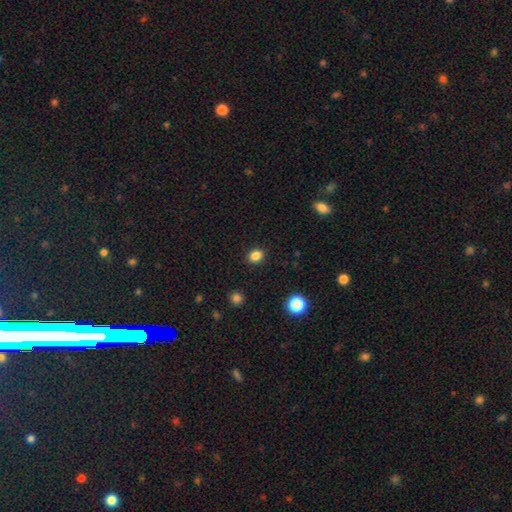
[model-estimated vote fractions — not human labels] Smooth or featured? Predicted: smooth (p=0.84). How rounded? Predicted: round (p=0.54). Merging? Predicted: none (p=0.90).